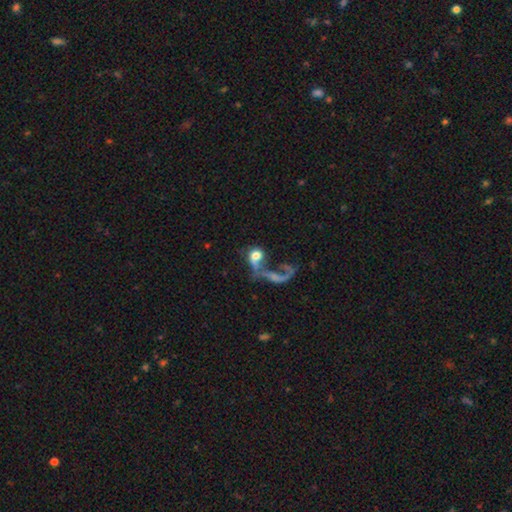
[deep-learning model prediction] This appears to be a smooth galaxy with no disk features (53%) that is round (59%). Merging: merger (39%).